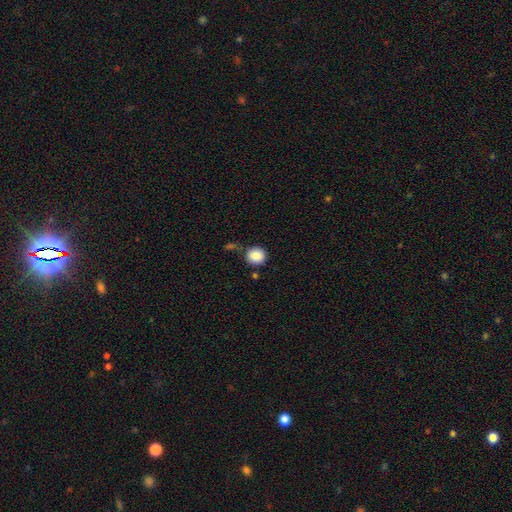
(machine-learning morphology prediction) A smooth galaxy with no disk features (87%) that is round (89%). Merging: none (76%).